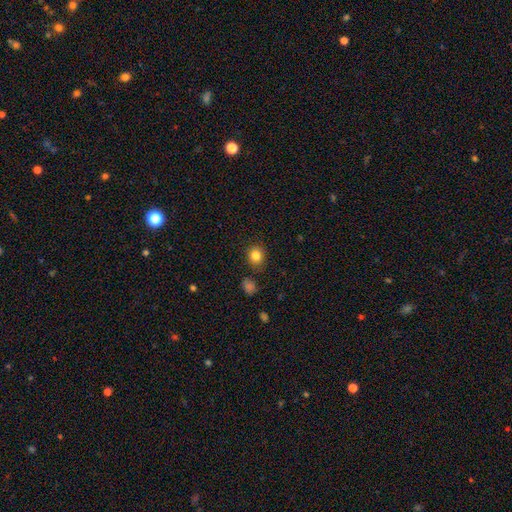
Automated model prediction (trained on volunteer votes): smooth-or-featured: smooth: 83% | star or artifact: 11% | featured or disk: 5%
  how-rounded: round: 78% | in between: 21% | cigar-shaped: 1%
  merging: none: 86% | minor disturbance: 9% | major disturbance: 3% | merger: 2%